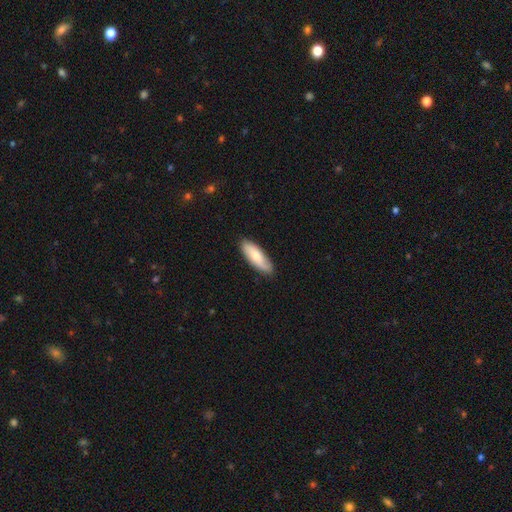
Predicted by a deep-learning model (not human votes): Smooth or featured?
  - smooth: 75% *
  - featured or disk: 19%
  - star or artifact: 5%
How rounded?
  - in between: 61% *
  - cigar-shaped: 38%
  - round: 2%
Merging?
  - none: 85% *
  - minor disturbance: 12%
  - major disturbance: 2%
  - merger: 1%